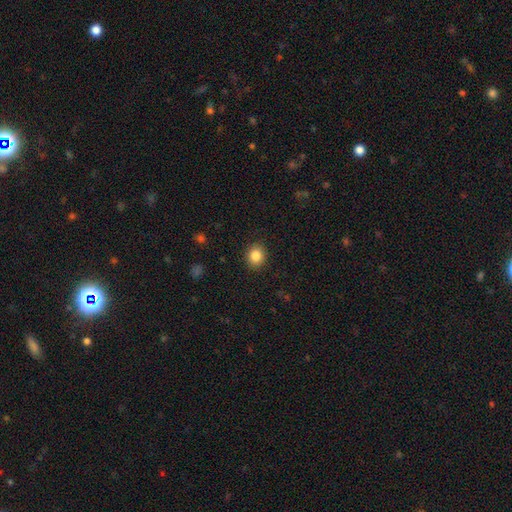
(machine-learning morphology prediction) This is clearly a smooth galaxy (85%). How rounded: likely round (73%). Merging: clearly none (90%).